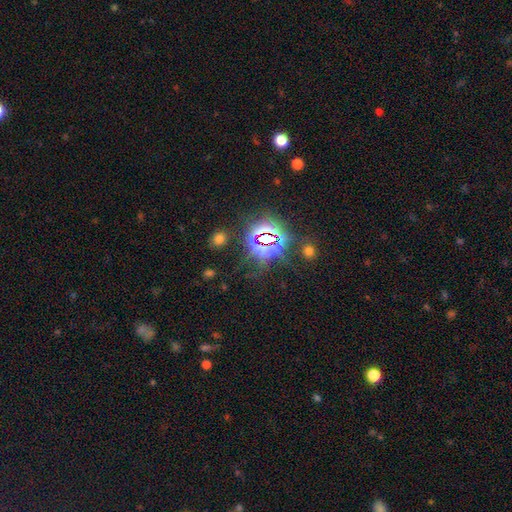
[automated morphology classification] A star or artifact, not a galaxy (73%).